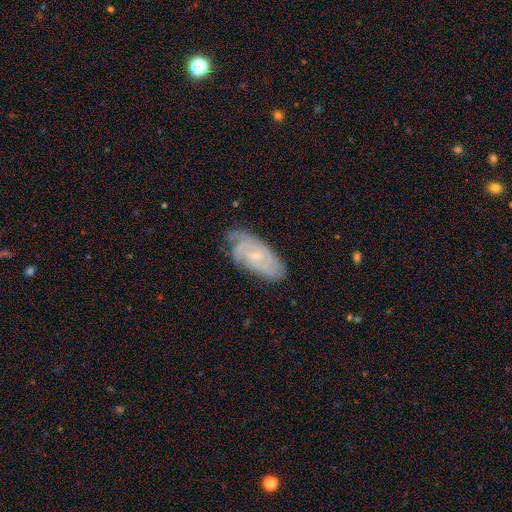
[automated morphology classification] A featured or disk galaxy (76%) with no bar (68%), tight (64%) spiral arms (95%) and a small central bulge (75%). Merging: none (69%).